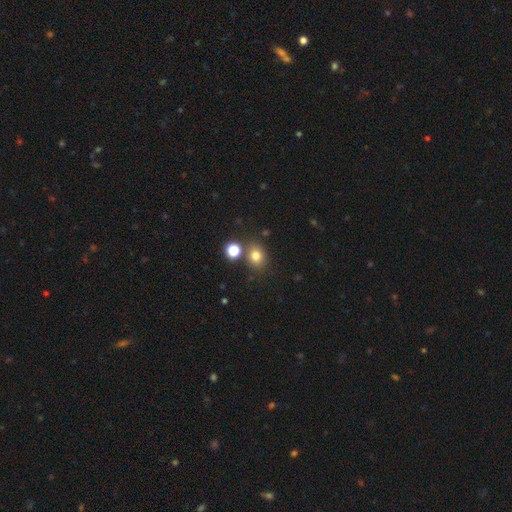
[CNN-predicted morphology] Smooth or featured: smooth — 78% (star or artifact — 15%)
How rounded: round — 64% (in between — 35%)
Merging: none — 74% (merger — 13%)